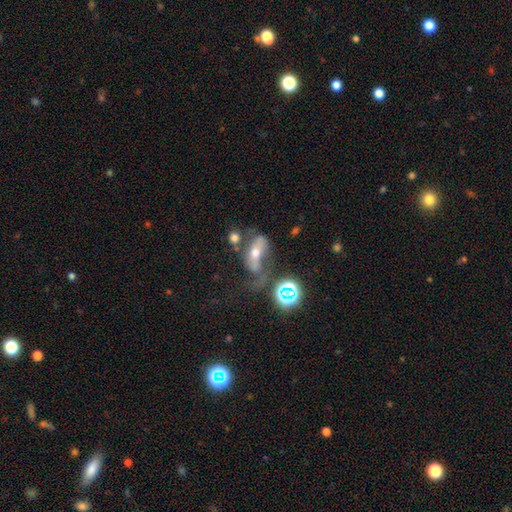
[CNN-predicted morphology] Smooth or featured? featured or disk (58%)
Edge-on disk? no (81%)
Merging? none (33%)